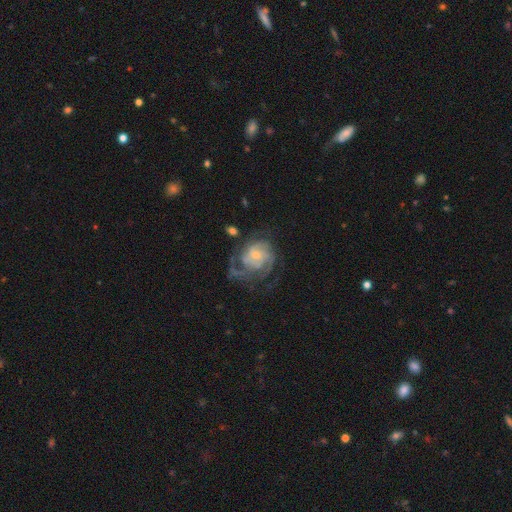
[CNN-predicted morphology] smooth-or-featured: featured or disk: 82% | smooth: 12% | star or artifact: 6%
  disk-edge-on: no: 98% | yes: 2%
    bar: no: 68% | weak: 27% | strong: 4%
    has-spiral-arms: yes: 91% | no: 9%
      spiral-winding: tight: 48% | medium: 36% | loose: 15%
      spiral-arm-count: can't tell: 36% | 3: 22% | 2: 18% | 4: 12% | 1: 7% | more than 4: 6%
    bulge-size: small: 66% | moderate: 27% | none: 4% | large: 2% | dominant: 1%
  merging: none: 45% | major disturbance: 31% | minor disturbance: 21% | merger: 4%